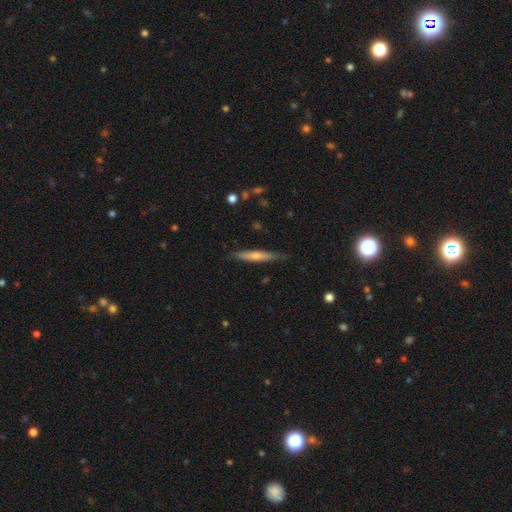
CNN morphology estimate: smooth_or_featured: smooth (p=0.58) [alt: featured or disk p=0.36]
how_rounded: cigar-shaped (p=0.92) [alt: in between p=0.07]
merging: none (p=0.80) [alt: minor disturbance p=0.16]